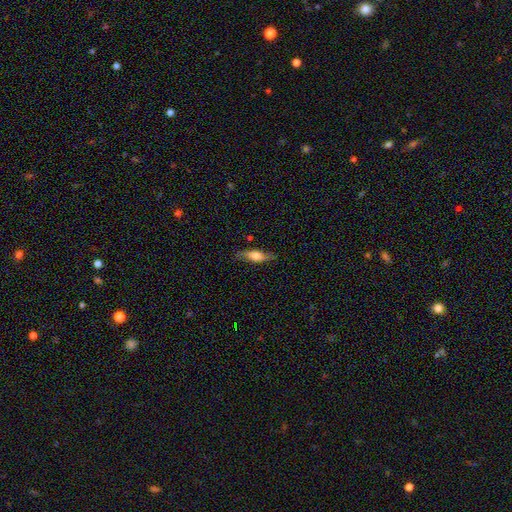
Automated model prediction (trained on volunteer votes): This appears to be a smooth galaxy with no disk features (60%) that is in between round and cigar-shaped (50%). Merging: none (77%).